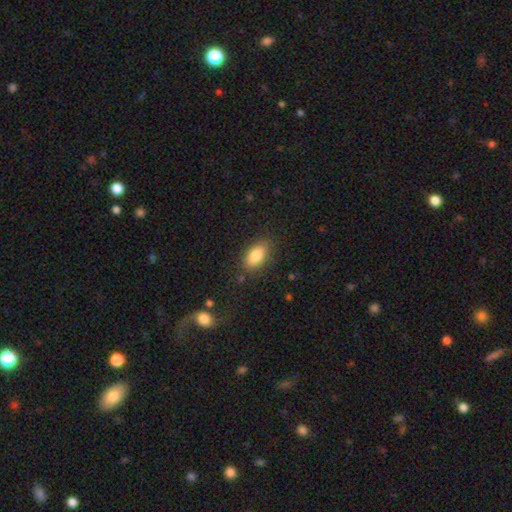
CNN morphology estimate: The model was most divided on "merging": none: 80%, minor disturbance: 14%, major disturbance: 4%, merger: 2%. More confident: how rounded — in between (86%); smooth or featured — smooth (83%).